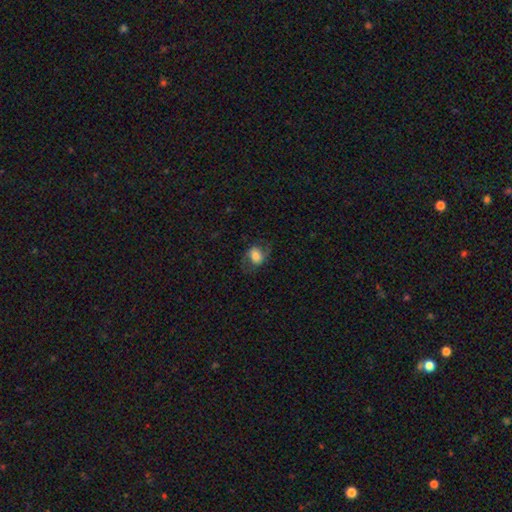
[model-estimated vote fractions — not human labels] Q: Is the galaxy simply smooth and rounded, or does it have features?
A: smooth — 50%.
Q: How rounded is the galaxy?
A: in between — 64%.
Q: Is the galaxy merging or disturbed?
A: none — 65%.